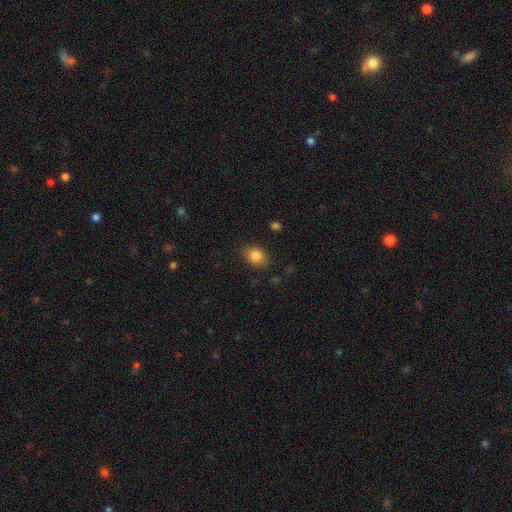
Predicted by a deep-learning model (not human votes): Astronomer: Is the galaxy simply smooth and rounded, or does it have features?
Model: smooth — 85%.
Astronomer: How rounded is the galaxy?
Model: in between — 62%.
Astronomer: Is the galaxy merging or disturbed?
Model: none — 84%.